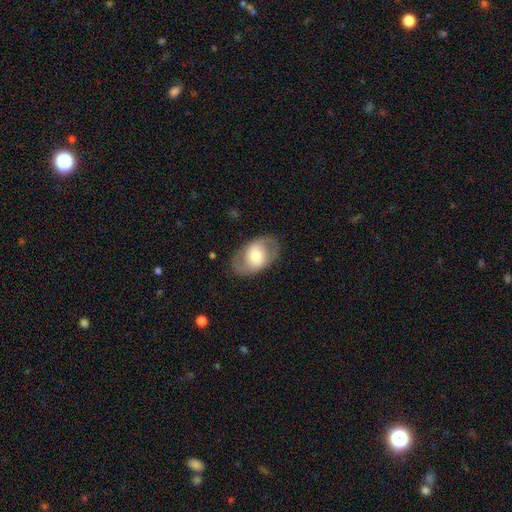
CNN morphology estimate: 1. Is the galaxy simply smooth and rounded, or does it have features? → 54% featured or disk, 39% smooth, 6% star or artifact.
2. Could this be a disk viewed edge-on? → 94% no, 6% yes.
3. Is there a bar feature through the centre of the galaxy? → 41% no, 39% weak, 19% strong.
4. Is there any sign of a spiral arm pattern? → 61% yes, 39% no.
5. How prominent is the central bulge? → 60% moderate, 19% small, 17% large, 2% dominant, 1% none.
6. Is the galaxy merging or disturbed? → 79% none, 13% minor disturbance, 7% major disturbance, 1% merger.